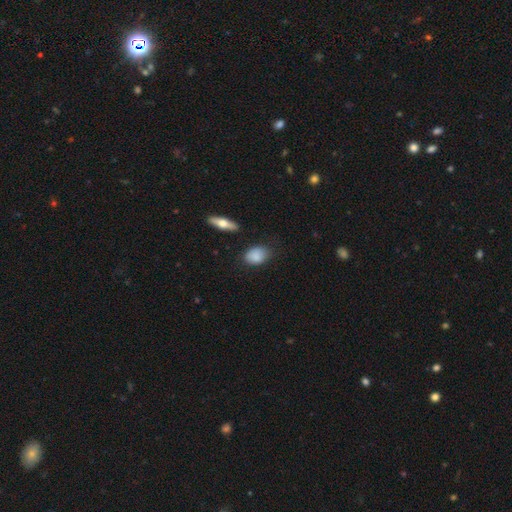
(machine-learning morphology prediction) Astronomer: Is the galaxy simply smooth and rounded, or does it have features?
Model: smooth — 86%.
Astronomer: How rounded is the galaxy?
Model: in between — 78%.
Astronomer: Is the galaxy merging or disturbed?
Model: none — 74%.